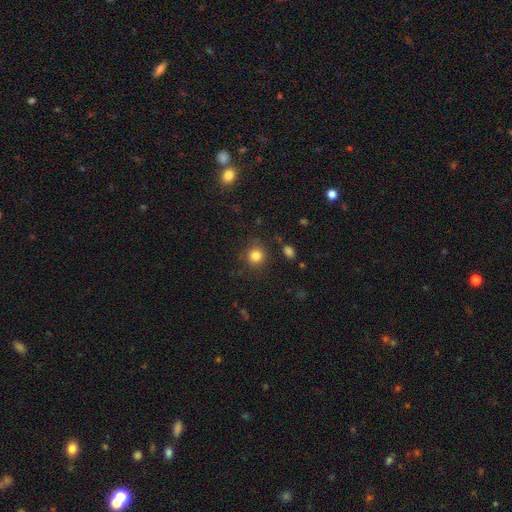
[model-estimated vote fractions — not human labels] This appears to be a smooth galaxy with no disk features (83%) that is round (90%). Merging: none (86%).